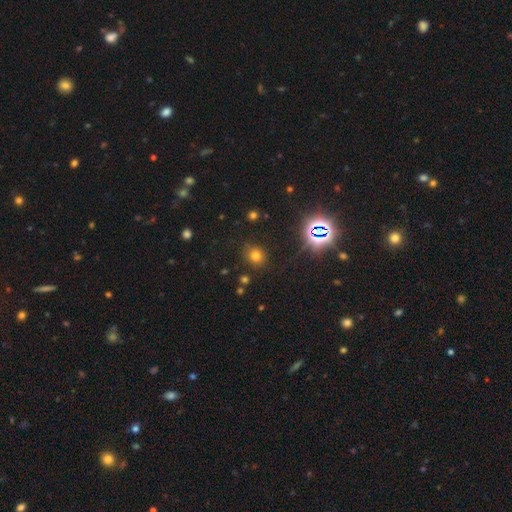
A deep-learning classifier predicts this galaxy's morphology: This is likely a smooth galaxy (67%). How rounded: likely round (76%). Merging: clearly none (83%).